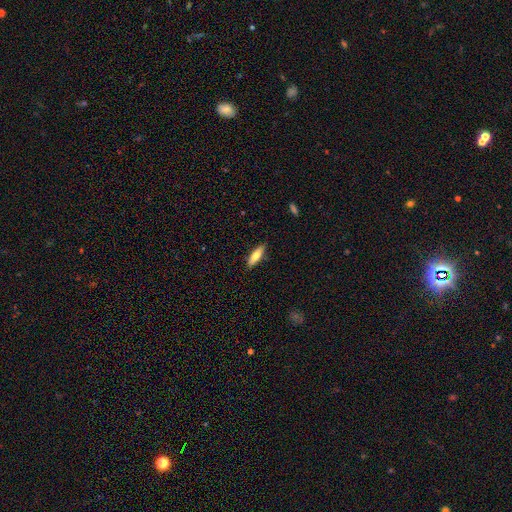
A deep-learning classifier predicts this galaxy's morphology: Smooth or featured: smooth — 66% (featured or disk — 28%)
How rounded: cigar-shaped — 58% (in between — 40%)
Merging: none — 87% (minor disturbance — 10%)